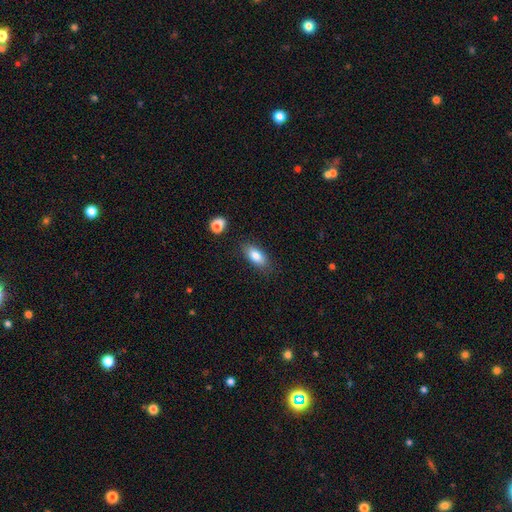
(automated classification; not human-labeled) Smooth or featured? Predicted: smooth (p=0.82). How rounded? Predicted: in between (p=0.86). Merging? Predicted: none (p=0.81).